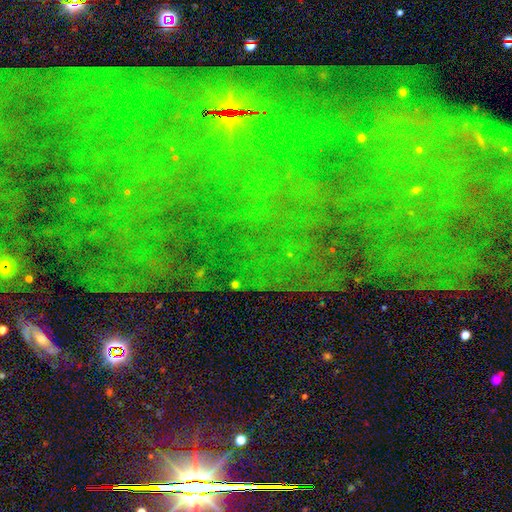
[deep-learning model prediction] This is clearly a star or artifact rather than a galaxy (82%).